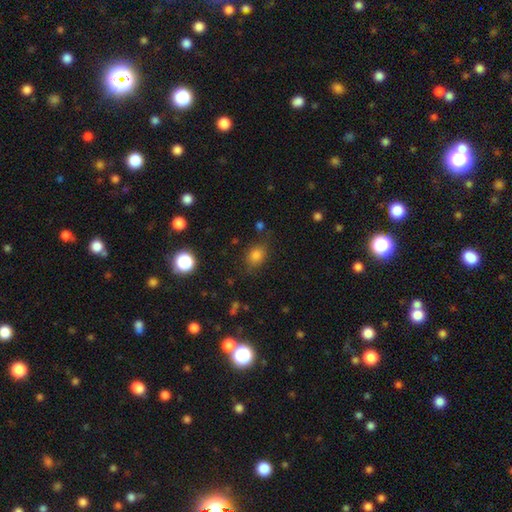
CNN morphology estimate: Overall: smooth (80%). How rounded: round (52%; in between 47%). Merging: none (76%).